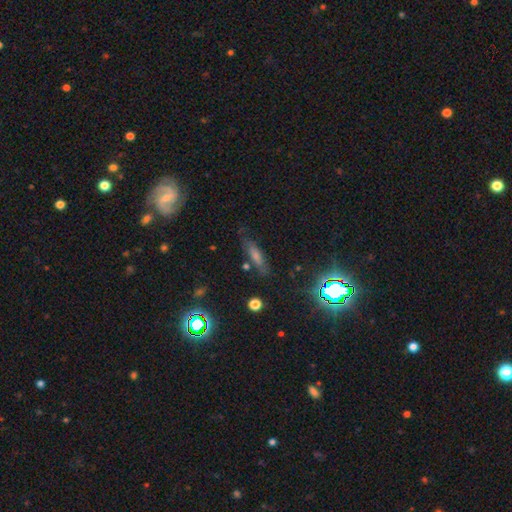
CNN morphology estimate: A smooth galaxy with no disk features (46%). Merging: none (77%).